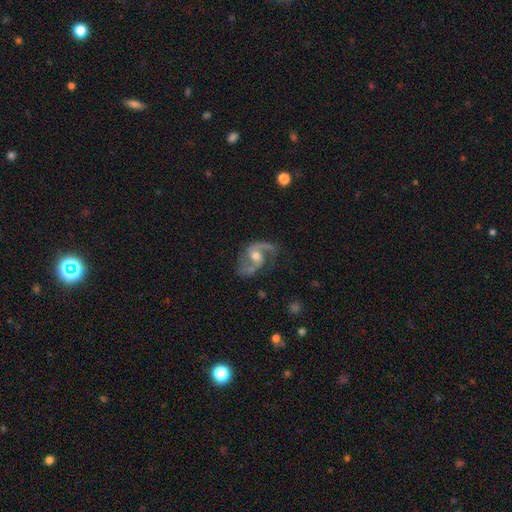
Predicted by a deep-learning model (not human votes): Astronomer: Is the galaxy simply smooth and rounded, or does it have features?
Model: featured or disk — 89%.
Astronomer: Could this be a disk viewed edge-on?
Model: no — 98%.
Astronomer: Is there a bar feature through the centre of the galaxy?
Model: no — 49% (runner-up: weak, 40%).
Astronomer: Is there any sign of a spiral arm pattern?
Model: yes — 96%.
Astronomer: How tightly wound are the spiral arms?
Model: loose — 48% (runner-up: medium, 44%).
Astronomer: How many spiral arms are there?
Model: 2 — 91%.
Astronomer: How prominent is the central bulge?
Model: moderate — 67%.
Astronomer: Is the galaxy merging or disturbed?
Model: none — 69%.